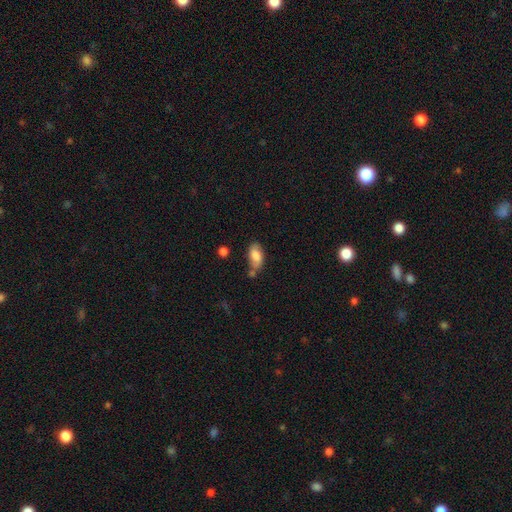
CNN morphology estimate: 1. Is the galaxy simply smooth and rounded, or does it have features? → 75% smooth, 17% featured or disk, 8% star or artifact.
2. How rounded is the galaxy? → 91% in between, 5% round, 4% cigar-shaped.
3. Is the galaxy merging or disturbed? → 51% none, 25% minor disturbance, 17% merger, 8% major disturbance.